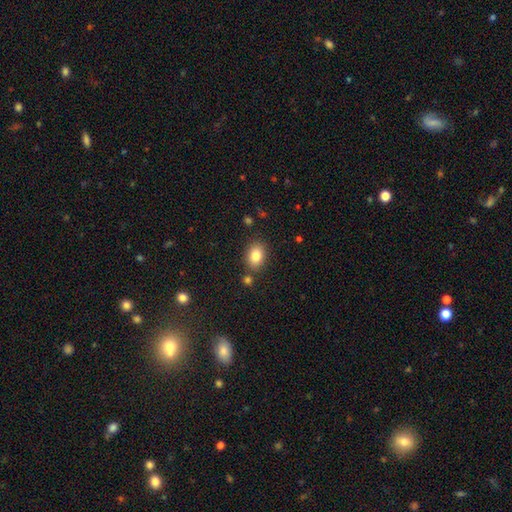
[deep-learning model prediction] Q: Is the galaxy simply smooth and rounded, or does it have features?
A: smooth — 83%.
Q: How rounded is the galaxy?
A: in between — 70%.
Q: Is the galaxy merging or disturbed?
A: none — 82%.